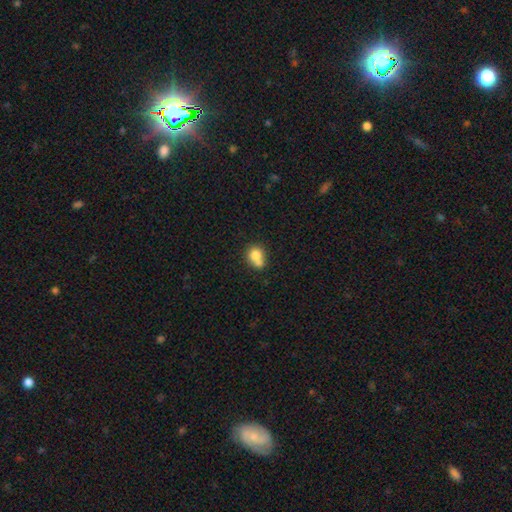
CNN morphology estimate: Overall: smooth (76%). How rounded: round (74%). Merging: merger (52%; none 35%).